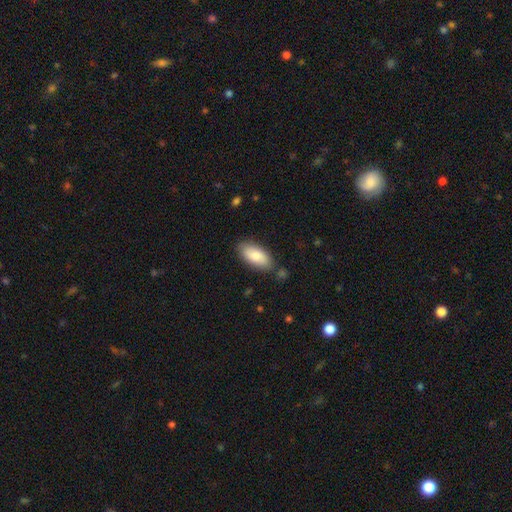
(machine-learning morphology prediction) This appears to be a smooth galaxy with no disk features (83%) that is in between round and cigar-shaped (90%). Merging: none (81%).